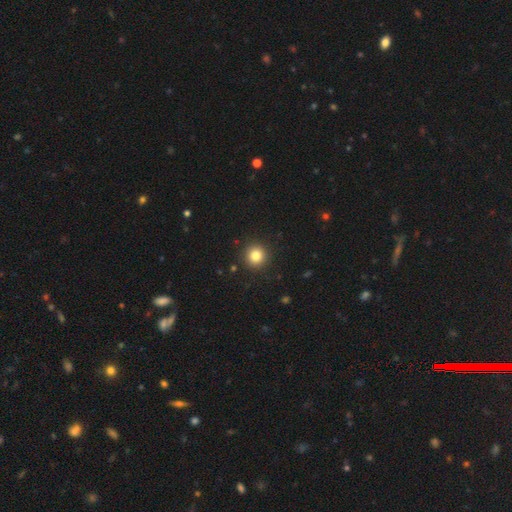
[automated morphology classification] This appears to be a smooth galaxy with no disk features (82%) that is round (94%). Merging: none (92%).